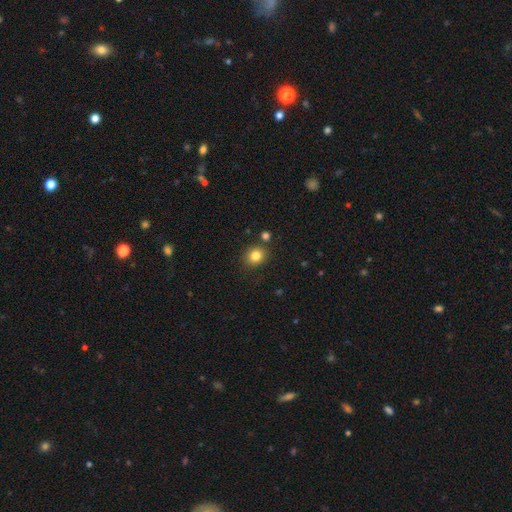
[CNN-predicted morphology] This is clearly a smooth galaxy (82%). How rounded: likely round (73%). Merging: clearly none (81%).